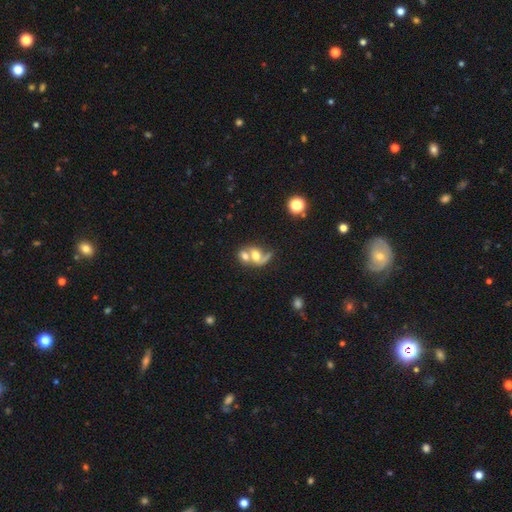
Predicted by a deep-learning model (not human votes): This is possibly a featured or disk galaxy (51%). It is clearly not viewed edge-on (96%). Merging: likely merger (74%).